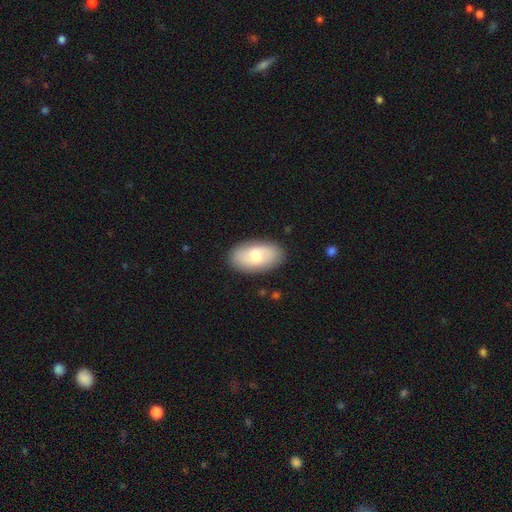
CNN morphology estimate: Smooth or featured? smooth (64%)
How rounded? in between (93%)
Merging? none (86%)